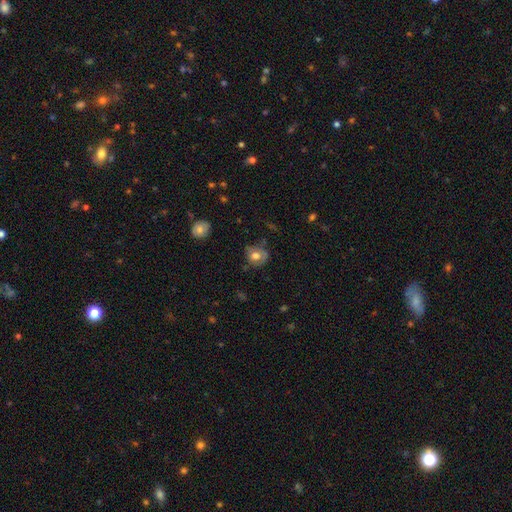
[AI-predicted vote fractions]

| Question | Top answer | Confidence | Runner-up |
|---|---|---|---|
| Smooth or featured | smooth | 67% | featured or disk (24%) |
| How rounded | round | 71% | in between (28%) |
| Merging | none | 60% | minor disturbance (27%) |